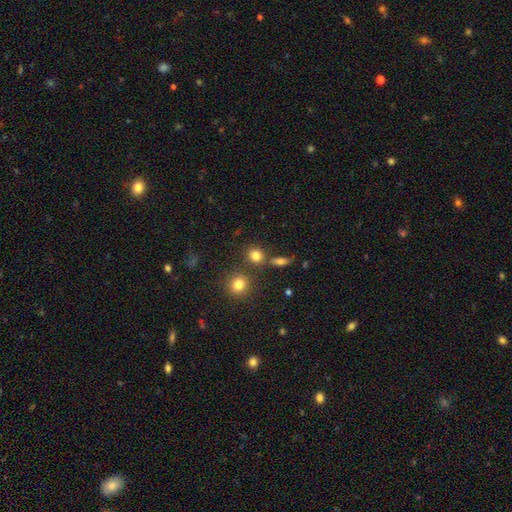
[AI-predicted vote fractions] This appears to be a smooth galaxy with no disk features (81%) that is round (72%). Merging: none (72%).